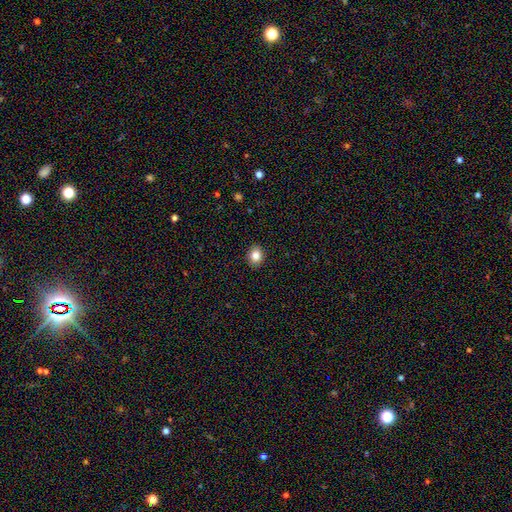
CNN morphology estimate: Overall: smooth (84%). How rounded: round (54%; in between 45%). Merging: none (91%).